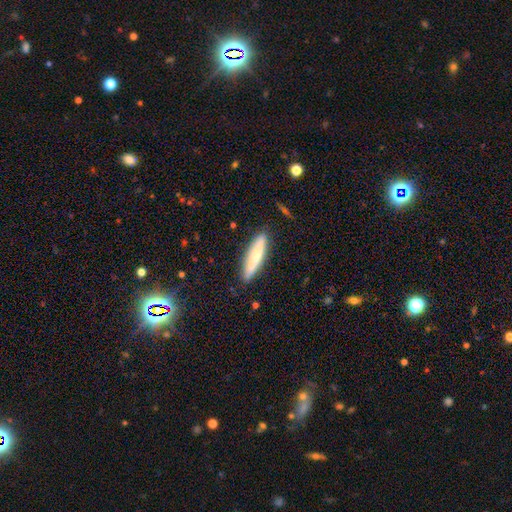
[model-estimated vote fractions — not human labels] Smooth or featured? smooth (67%)
How rounded? cigar-shaped (85%)
Merging? none (89%)